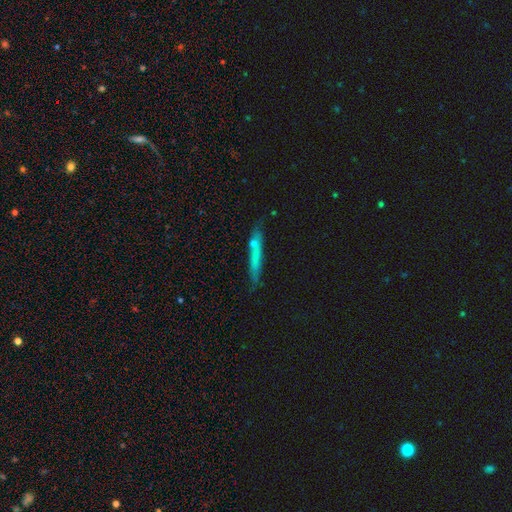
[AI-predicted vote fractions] This is possibly a smooth galaxy (59%). How rounded: clearly cigar-shaped (93%). Merging: likely none (73%).